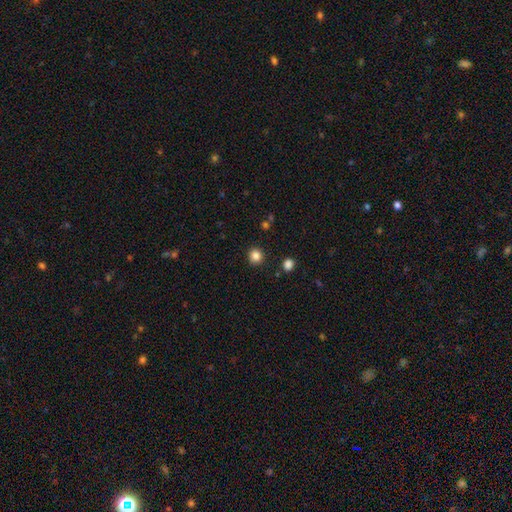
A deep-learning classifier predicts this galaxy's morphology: smooth_or_featured: smooth (p=0.85) [alt: star or artifact p=0.12]
how_rounded: round (p=0.87) [alt: in between p=0.12]
merging: none (p=0.90) [alt: minor disturbance p=0.06]